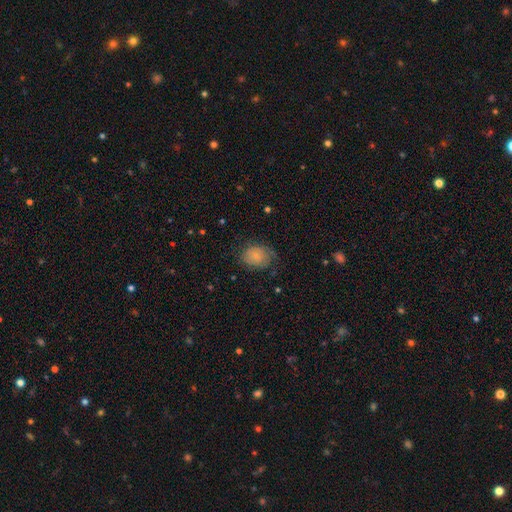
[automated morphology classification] Smooth or featured? Predicted: smooth (p=0.79). How rounded? Predicted: in between (p=0.57). Merging? Predicted: none (p=0.60).